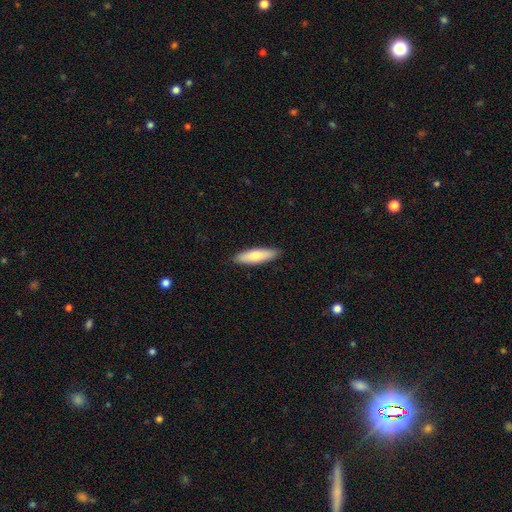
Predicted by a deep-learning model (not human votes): Smooth or featured? Predicted: smooth (p=0.73). How rounded? Predicted: cigar-shaped (p=0.61). Merging? Predicted: none (p=0.89).